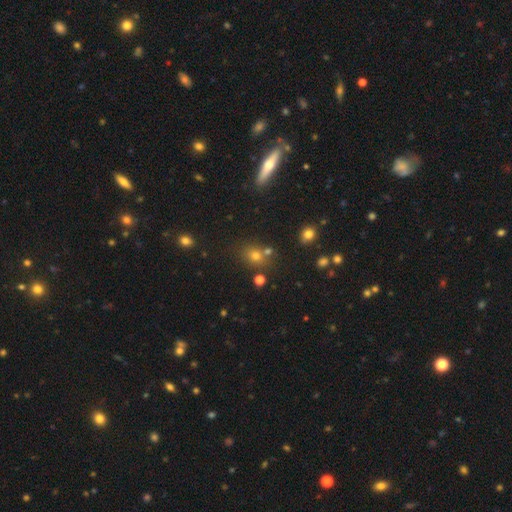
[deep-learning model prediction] Overall: smooth (64%). How rounded: round (68%; in between 30%). Merging: none (67%).